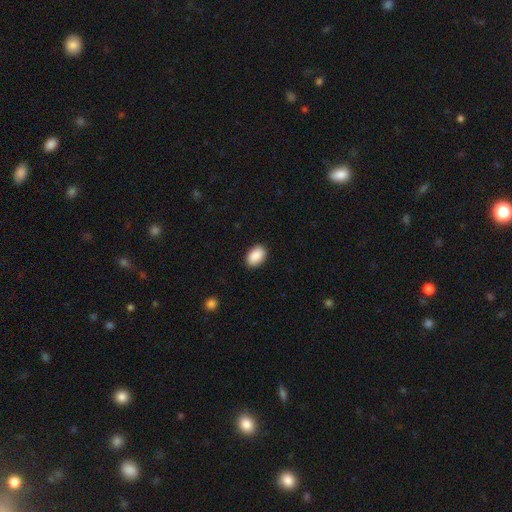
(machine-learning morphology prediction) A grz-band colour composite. It shows a smooth galaxy with no disk features (91%) that is in between round and cigar-shaped (89%). Merging: none (90%).